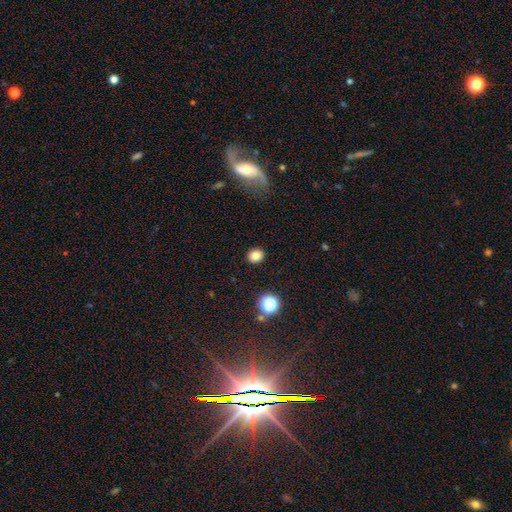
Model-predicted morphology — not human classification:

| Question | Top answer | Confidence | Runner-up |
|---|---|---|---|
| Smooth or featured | smooth | 81% | star or artifact (13%) |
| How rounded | round | 69% | in between (30%) |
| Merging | none | 90% | minor disturbance (6%) |